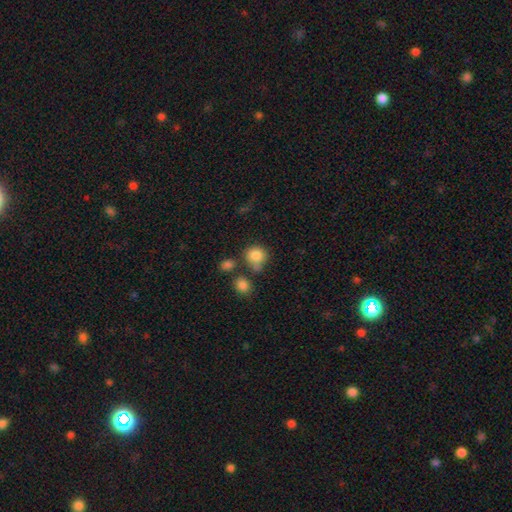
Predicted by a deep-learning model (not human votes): smooth 83%, star or artifact 10%, featured or disk 7%. Down the decision tree: how rounded — round (82%); merging — none (60%).